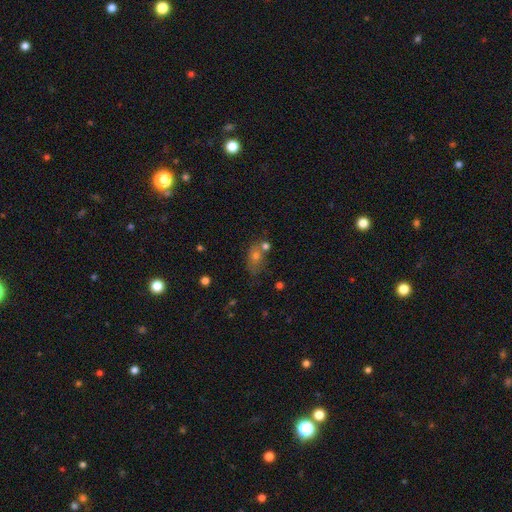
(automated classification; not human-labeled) smooth_or_featured: smooth (p=0.62) [alt: star or artifact p=0.19]
how_rounded: in between (p=0.68) [alt: round p=0.28]
merging: none (p=0.48) [alt: merger p=0.28]